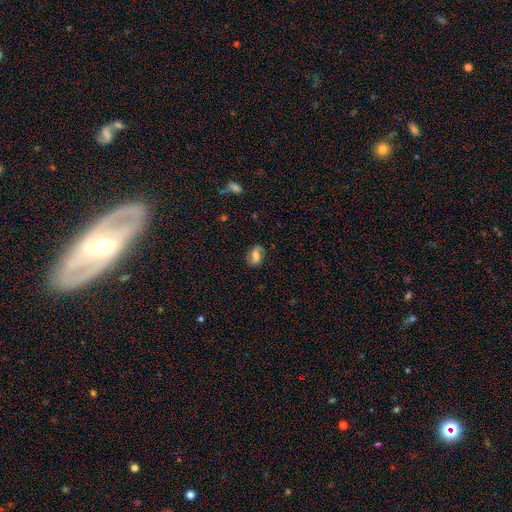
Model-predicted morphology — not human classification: The model was most divided on "smooth or featured": featured or disk: 49%, smooth: 41%, star or artifact: 10%. More confident: merging — none (75%).